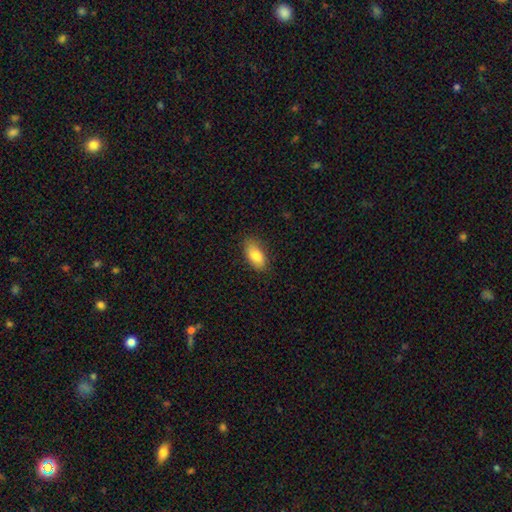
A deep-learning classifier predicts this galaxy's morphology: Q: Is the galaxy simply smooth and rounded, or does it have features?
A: smooth — 83%.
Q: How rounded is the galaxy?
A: in between — 91%.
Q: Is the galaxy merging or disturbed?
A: none — 82%.